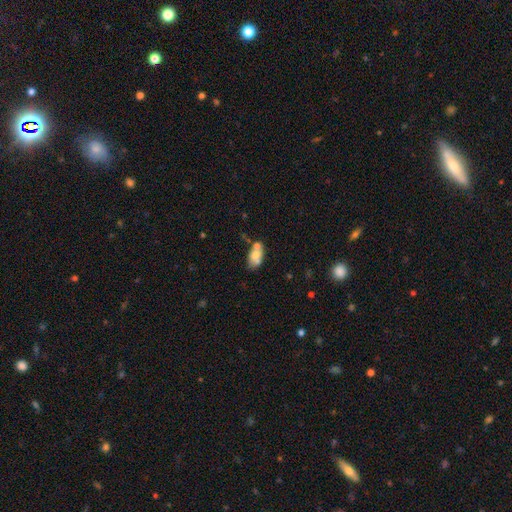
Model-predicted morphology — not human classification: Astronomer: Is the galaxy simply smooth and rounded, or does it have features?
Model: smooth — 64%.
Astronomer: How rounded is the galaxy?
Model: in between — 86%.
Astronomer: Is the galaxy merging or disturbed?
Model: merger — 38% (runner-up: none, 36%).